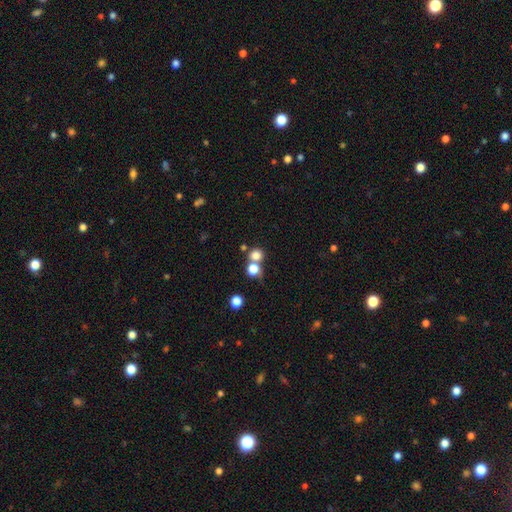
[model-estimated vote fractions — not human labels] Morphology: type=smooth (78%); roundness=round (85%); merging=none (54%).